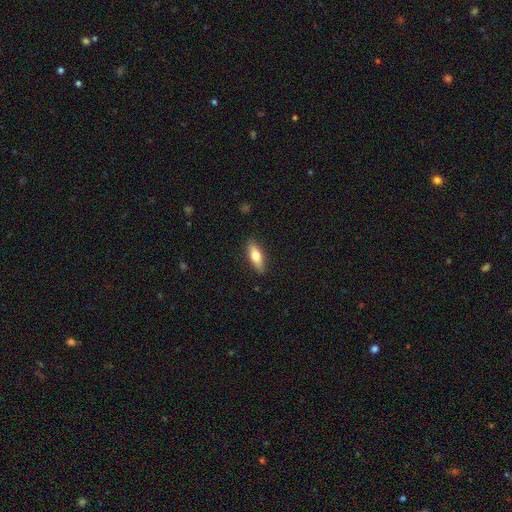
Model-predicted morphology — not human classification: Smooth or featured? smooth (69%)
How rounded? in between (56%)
Merging? none (87%)